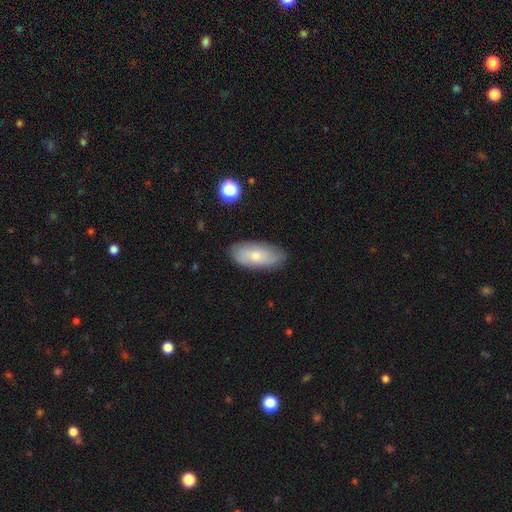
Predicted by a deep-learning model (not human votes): This appears to be a smooth galaxy with no disk features (71%) that is in between round and cigar-shaped (88%). Merging: none (82%).